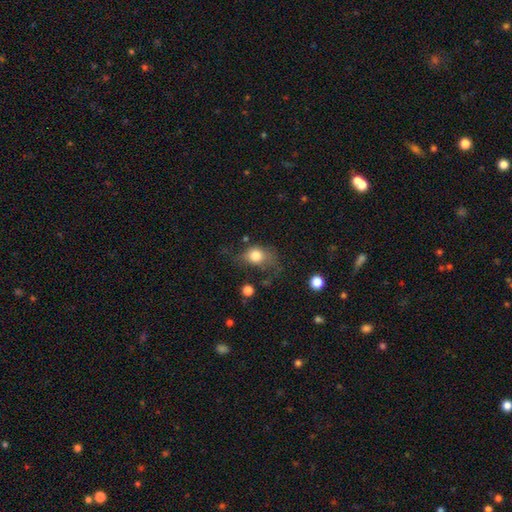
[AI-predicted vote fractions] A smooth galaxy with no disk features (77%) that is in between round and cigar-shaped (51%).

Vote fractions:
- Smooth or featured? smooth: 77% / featured or disk: 13% / star or artifact: 10%
- How rounded? in between: 51% / round: 47% / cigar-shaped: 2%
- Merging? none: 39% / minor disturbance: 32% / major disturbance: 24% / merger: 4%